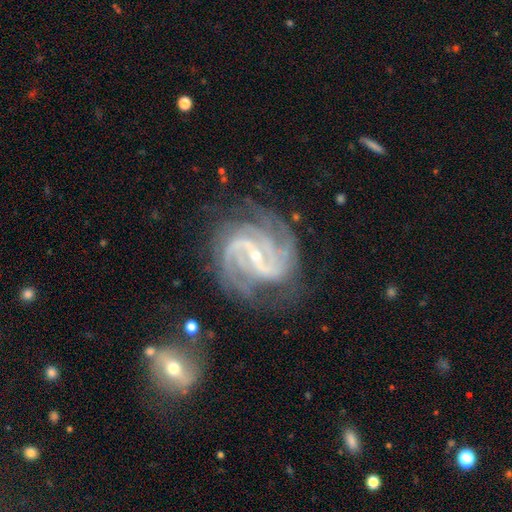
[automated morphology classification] This appears to be a featured or disk galaxy (93%) with a strong bar (50%), 2 (31%) tight (47%) spiral arms (99%) and a small central bulge (75%). Merging: none (72%).